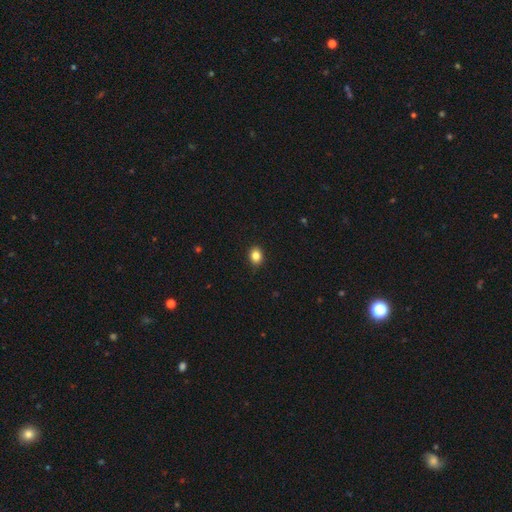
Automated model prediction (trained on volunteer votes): The model was most divided on "how rounded": round: 55%, in between: 44%, cigar-shaped: 1%. More confident: merging — none (90%); smooth or featured — smooth (85%).